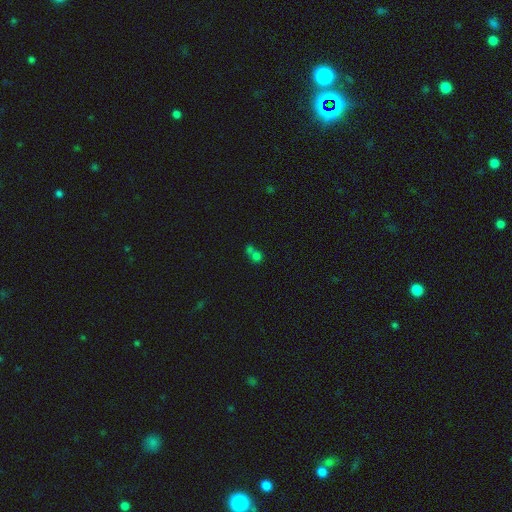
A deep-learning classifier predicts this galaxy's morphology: A smooth galaxy with no disk features (66%) that is round (75%).

Vote fractions:
- Smooth or featured? smooth: 66% / star or artifact: 22% / featured or disk: 13%
- How rounded? round: 75% / in between: 23% / cigar-shaped: 2%
- Merging? merger: 55% / none: 33% / minor disturbance: 7% / major disturbance: 5%